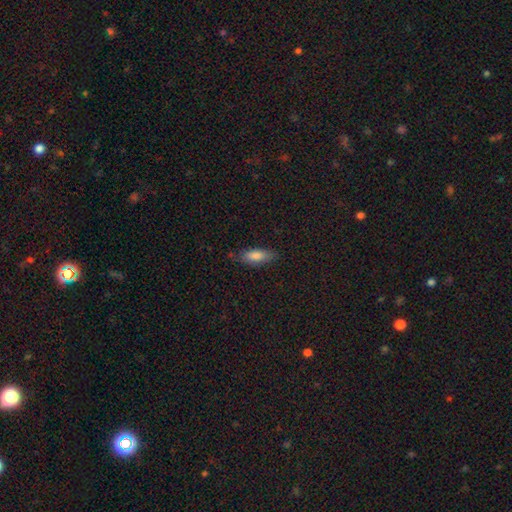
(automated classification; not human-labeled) smooth_or_featured: smooth (p=0.81) [alt: featured or disk p=0.12]
how_rounded: in between (p=0.68) [alt: cigar-shaped p=0.30]
merging: none (p=0.78) [alt: minor disturbance p=0.17]